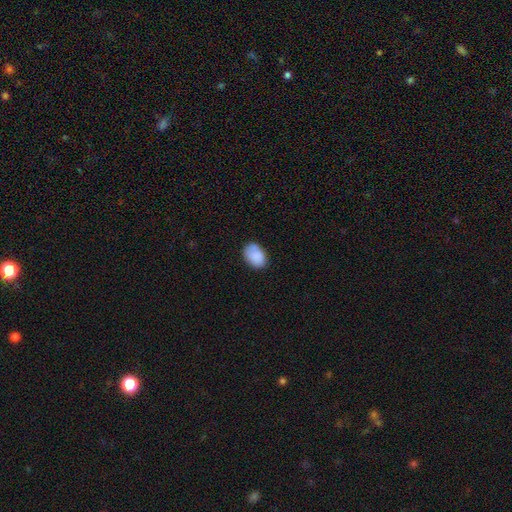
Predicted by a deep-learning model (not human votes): Overall: smooth (84%). How rounded: in between (80%). Merging: none (70%).